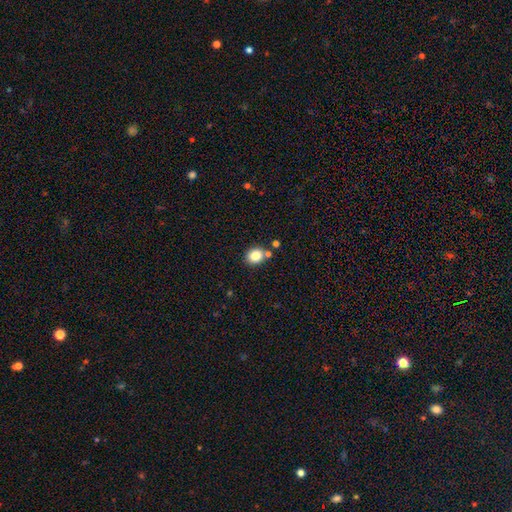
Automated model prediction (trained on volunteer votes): Smooth or featured? Predicted: smooth (p=0.84). How rounded? Predicted: round (p=0.71). Merging? Predicted: none (p=0.76).